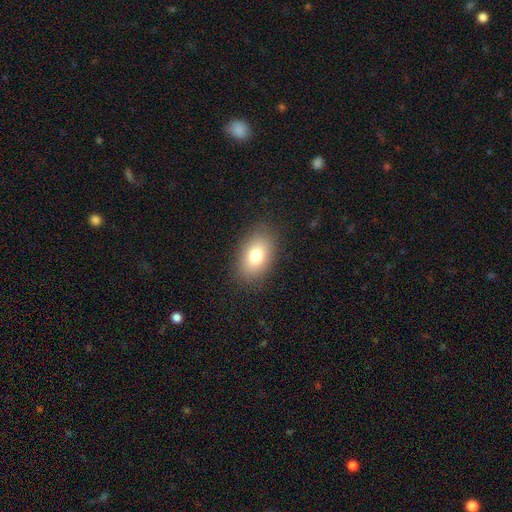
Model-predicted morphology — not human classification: smooth-or-featured: smooth: 78% | featured or disk: 12% | star or artifact: 10%
  how-rounded: in between: 87% | round: 11% | cigar-shaped: 2%
  merging: none: 86% | minor disturbance: 10% | major disturbance: 3% | merger: 1%